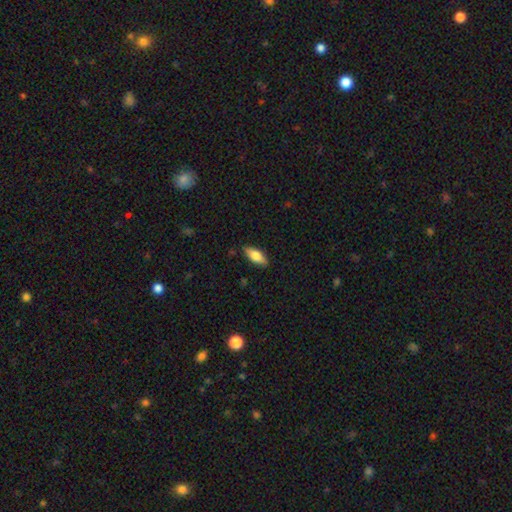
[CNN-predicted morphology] A smooth galaxy with no disk features (69%) that is in between round and cigar-shaped (75%). Merging: none (86%).